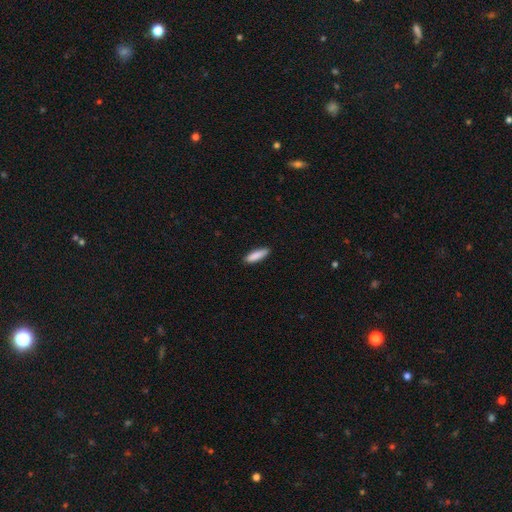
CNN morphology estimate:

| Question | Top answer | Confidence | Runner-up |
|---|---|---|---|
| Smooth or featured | smooth | 88% | star or artifact (6%) |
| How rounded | cigar-shaped | 64% | in between (35%) |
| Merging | none | 88% | minor disturbance (9%) |